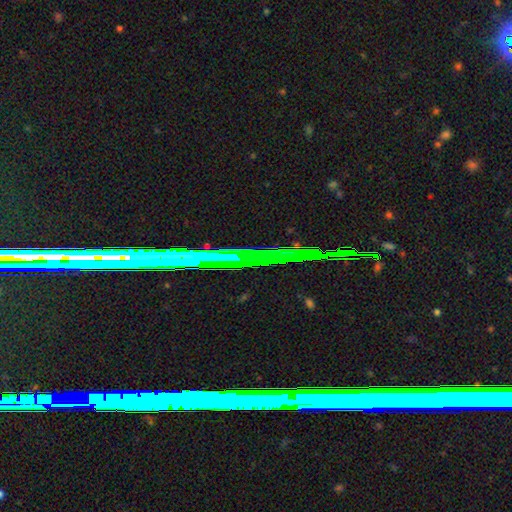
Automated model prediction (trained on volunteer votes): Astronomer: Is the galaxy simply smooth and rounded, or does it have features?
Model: star or artifact — 79%.